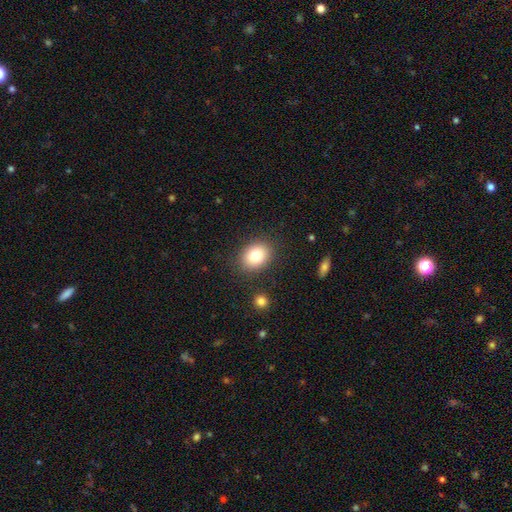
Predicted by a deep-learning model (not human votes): Smooth or featured: smooth — 80% (featured or disk — 10%)
How rounded: in between — 51% (round — 48%)
Merging: none — 86% (minor disturbance — 9%)